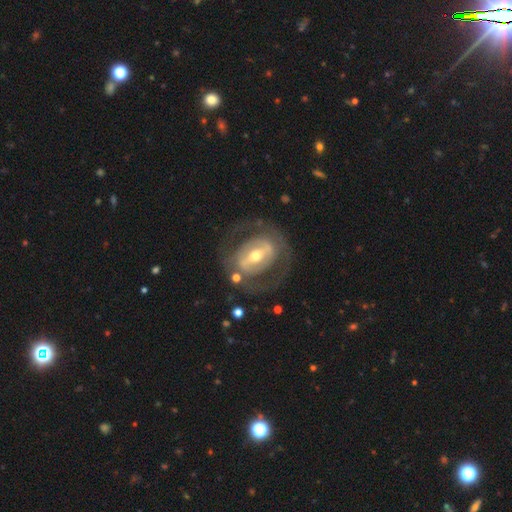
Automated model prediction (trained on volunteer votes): A featured or disk galaxy (77%) with a strong bar (57%), no spiral arms (58%) and a moderate central bulge (62%).

Vote fractions:
- Smooth or featured? featured or disk: 77% / smooth: 17% / star or artifact: 6%
- Edge-on disk? no: 93% / yes: 7%
- Bar? strong: 57% / weak: 27% / no: 16%
- Spiral arms? no: 58% / yes: 42%
- Bulge size? moderate: 62% / small: 31% / large: 6% / dominant: 1% / none: 1%
- Merging? none: 70% / major disturbance: 14% / minor disturbance: 13% / merger: 2%